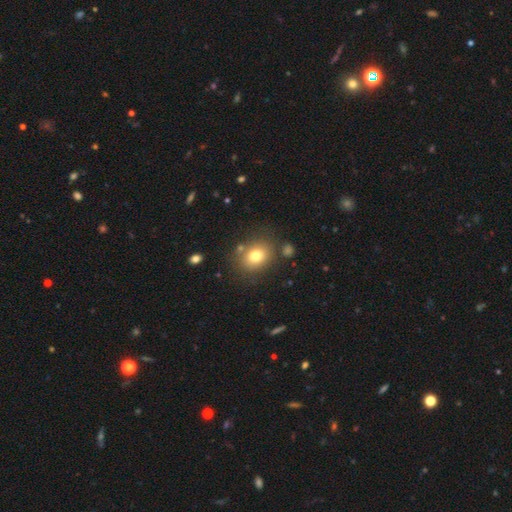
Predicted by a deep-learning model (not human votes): Smooth or featured? smooth (77%)
How rounded? round (52%)
Merging? none (77%)